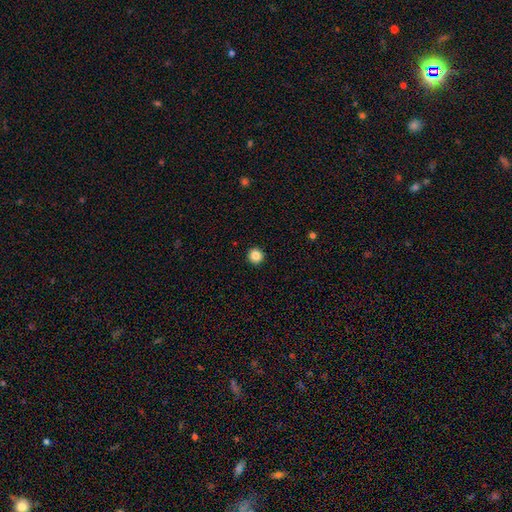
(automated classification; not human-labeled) Overall: smooth (86%). How rounded: round (95%). Merging: none (93%).